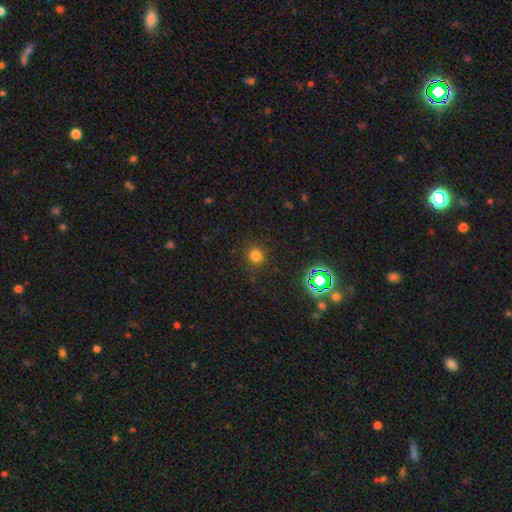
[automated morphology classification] smooth 75%, star or artifact 19%, featured or disk 5%. Down the decision tree: how rounded — round (91%); merging — none (88%).